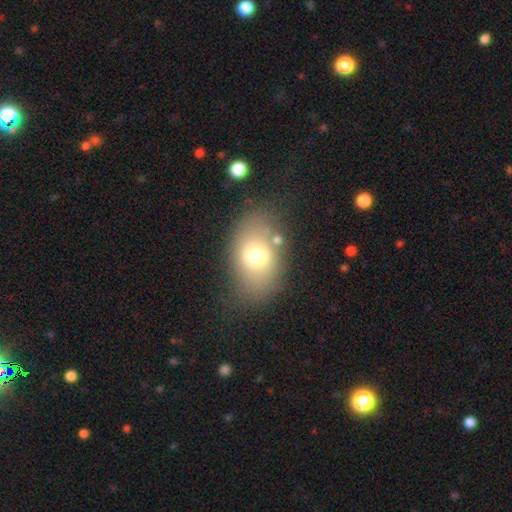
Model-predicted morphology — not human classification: This appears to be a smooth galaxy with no disk features (69%) that is in between round and cigar-shaped (81%). Merging: none (71%).